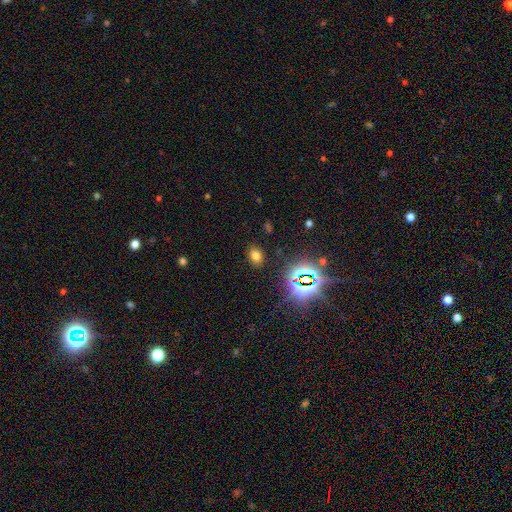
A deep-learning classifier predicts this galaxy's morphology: A smooth galaxy with no disk features (67%) that is in between round and cigar-shaped (64%). Merging: none (86%).